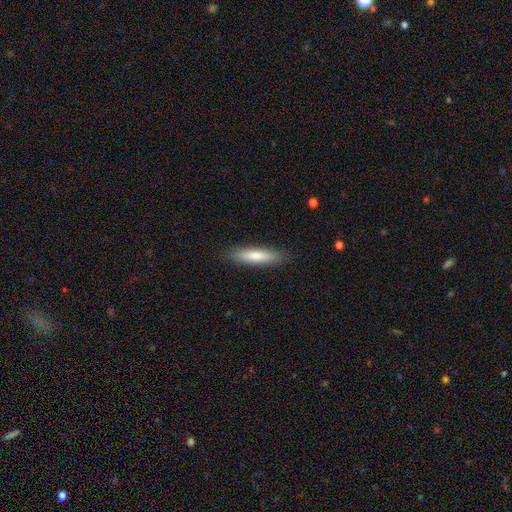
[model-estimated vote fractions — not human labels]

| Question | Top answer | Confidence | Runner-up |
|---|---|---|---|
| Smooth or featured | smooth | 76% | featured or disk (18%) |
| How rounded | cigar-shaped | 78% | in between (20%) |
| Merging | none | 88% | minor disturbance (9%) |